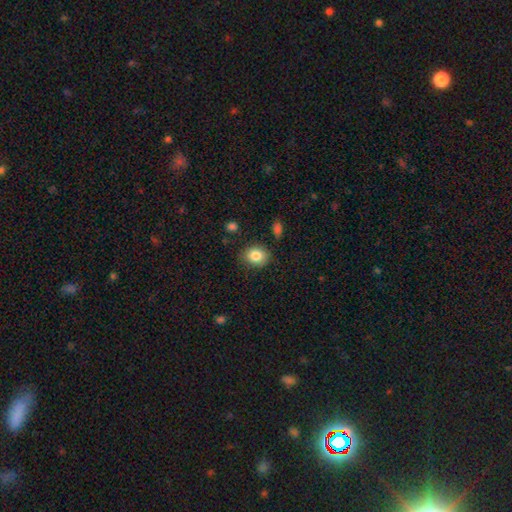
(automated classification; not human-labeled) A smooth galaxy with no disk features (84%) that is round (65%). Merging: none (83%).